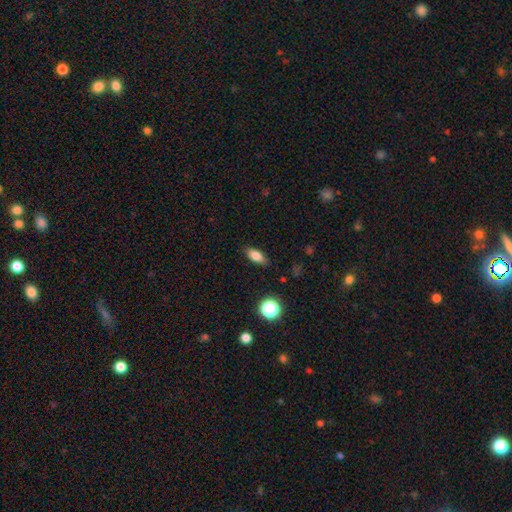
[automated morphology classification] A smooth galaxy with no disk features (80%) that is in between round and cigar-shaped (80%). Merging: none (86%).